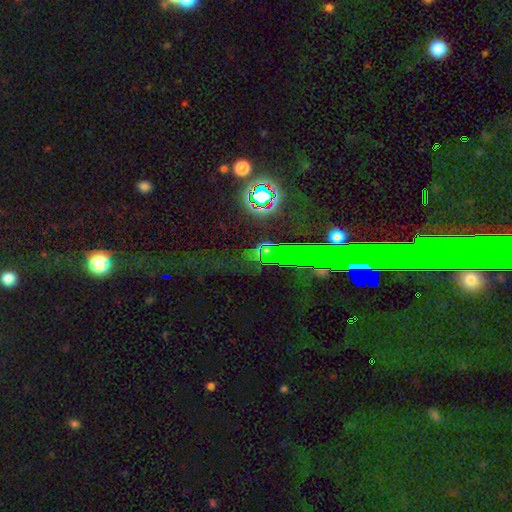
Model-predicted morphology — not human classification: Smooth or featured: star or artifact — 66% (smooth — 18%)